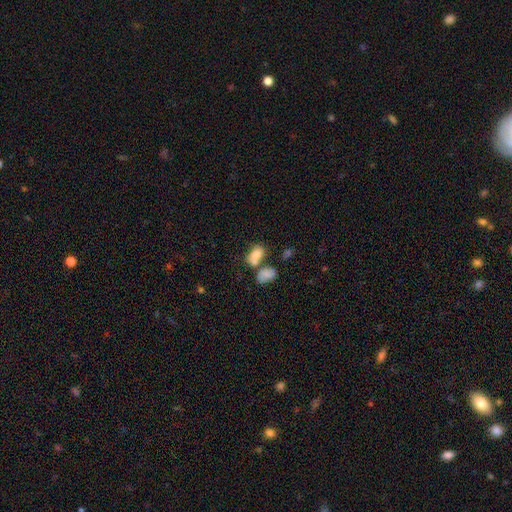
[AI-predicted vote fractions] Smooth or featured? smooth (78%)
How rounded? in between (81%)
Merging? merger (52%)